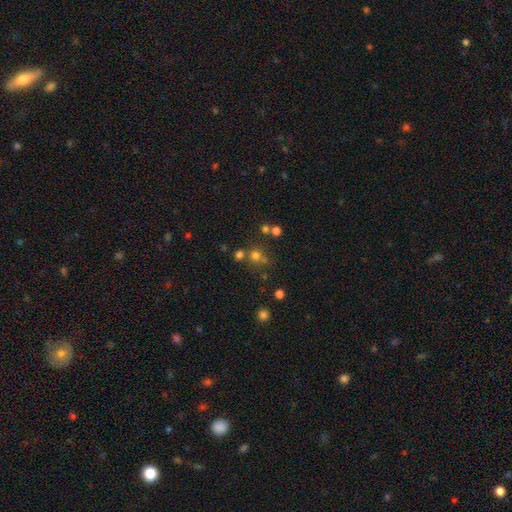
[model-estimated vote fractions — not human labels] Q: Smooth or featured?
A: smooth (65%); runner-up: star or artifact (25%)
Q: How rounded?
A: round (89%); runner-up: in between (10%)
Q: Merging?
A: none (64%); runner-up: merger (23%)